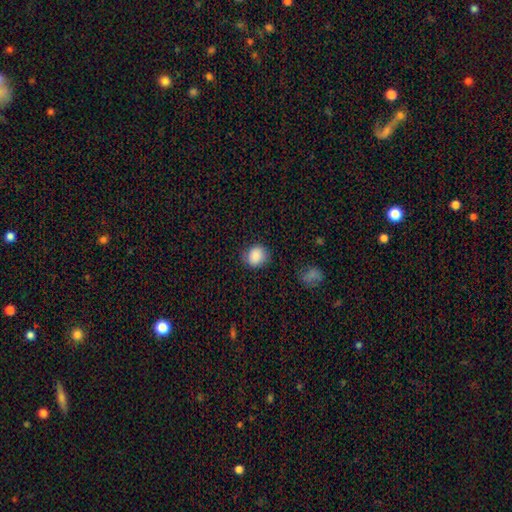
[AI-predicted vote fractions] Q: Smooth or featured?
A: smooth (87%); runner-up: star or artifact (9%)
Q: How rounded?
A: round (80%); runner-up: in between (19%)
Q: Merging?
A: none (81%); runner-up: minor disturbance (13%)